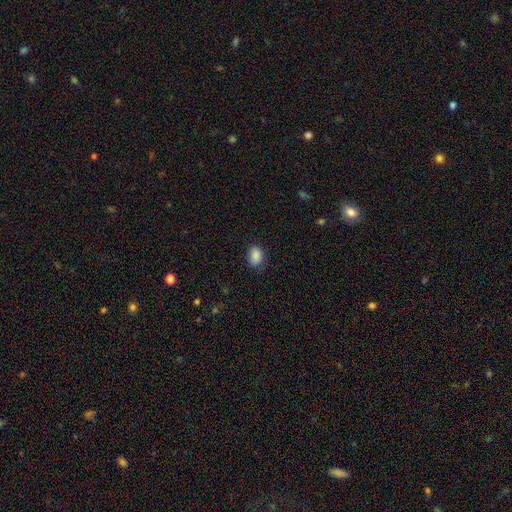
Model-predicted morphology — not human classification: The model was most divided on "how rounded": in between: 77%, round: 22%, cigar-shaped: 1%. More confident: smooth or featured — smooth (88%); merging — none (80%).